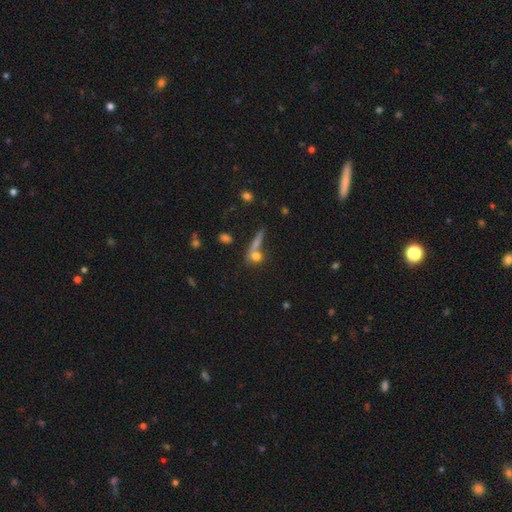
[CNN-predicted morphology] A smooth galaxy with no disk features (71%) that is round (61%). Merging: none (52%).